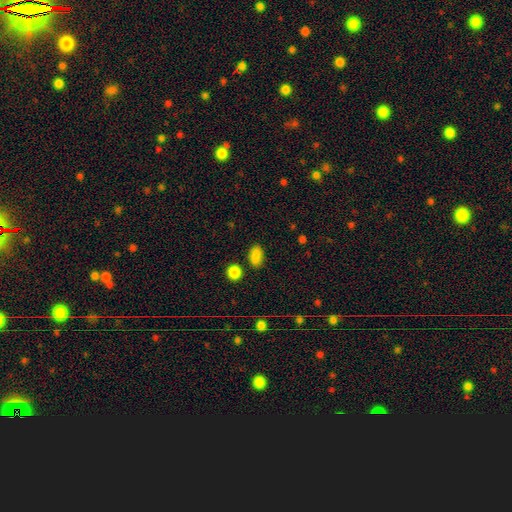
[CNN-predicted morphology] Overall: smooth (86%). How rounded: in between (86%). Merging: none (81%).